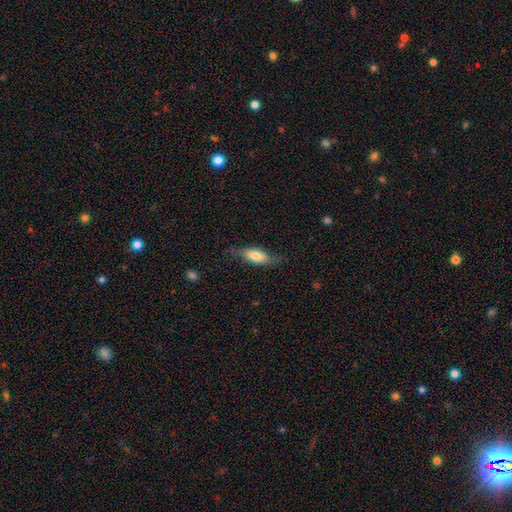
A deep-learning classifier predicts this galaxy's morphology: smooth 70%, featured or disk 24%, star or artifact 6%. Down the decision tree: how rounded — in between (69%); merging — none (68%).